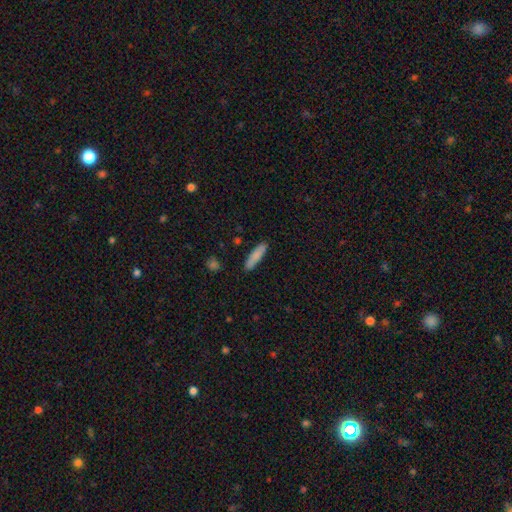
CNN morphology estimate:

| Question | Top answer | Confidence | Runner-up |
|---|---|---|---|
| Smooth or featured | smooth | 85% | featured or disk (9%) |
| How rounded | cigar-shaped | 77% | in between (22%) |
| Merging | none | 88% | minor disturbance (9%) |